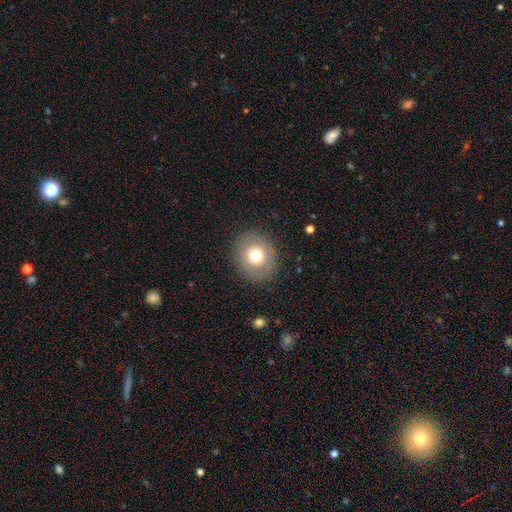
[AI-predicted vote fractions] This appears to be a smooth galaxy with no disk features (70%) that is round (73%). Merging: none (86%).